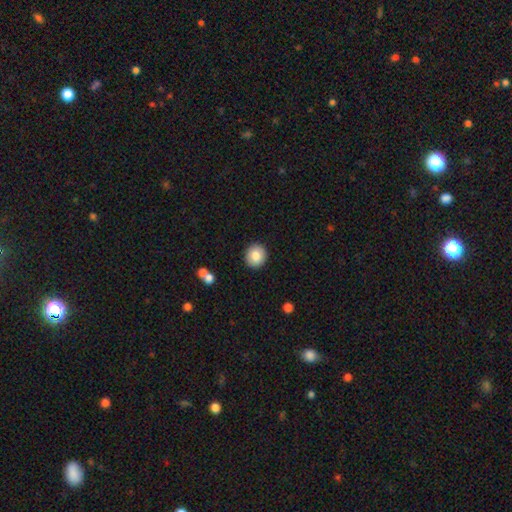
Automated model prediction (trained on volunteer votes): A smooth galaxy with no disk features (83%) that is round (85%).

Vote fractions:
- Smooth or featured? smooth: 83% / featured or disk: 10% / star or artifact: 8%
- How rounded? round: 85% / in between: 14% / cigar-shaped: 1%
- Merging? none: 91% / minor disturbance: 6% / major disturbance: 2% / merger: 2%